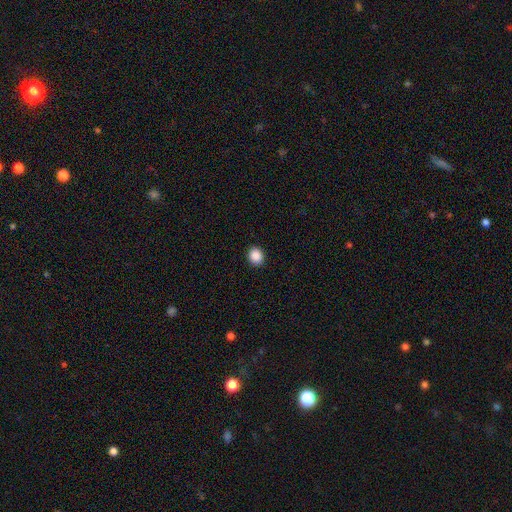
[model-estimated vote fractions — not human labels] Q: Smooth or featured?
A: smooth (88%); runner-up: star or artifact (9%)
Q: How rounded?
A: round (76%); runner-up: in between (23%)
Q: Merging?
A: none (92%); runner-up: minor disturbance (5%)